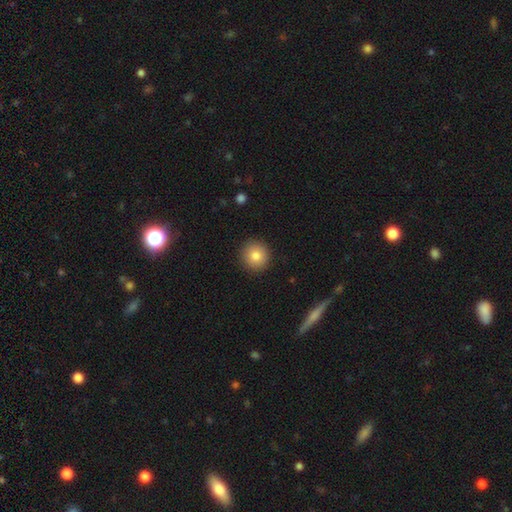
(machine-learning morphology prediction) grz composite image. It shows a smooth galaxy with no disk features (83%) that is round (94%). Merging: none (91%).